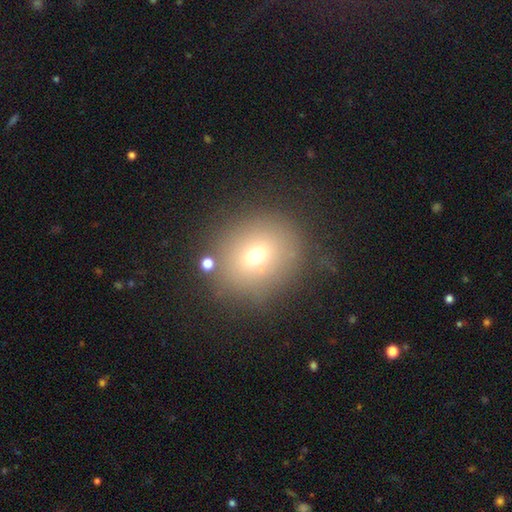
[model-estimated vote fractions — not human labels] Smooth or featured? smooth (64%)
How rounded? round (79%)
Merging? none (80%)